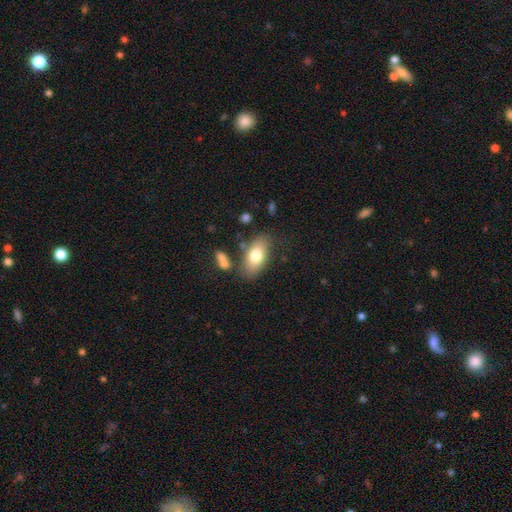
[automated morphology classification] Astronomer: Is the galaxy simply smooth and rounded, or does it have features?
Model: smooth — 75%.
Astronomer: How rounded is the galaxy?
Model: in between — 90%.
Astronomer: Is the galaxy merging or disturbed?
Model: none — 73%.